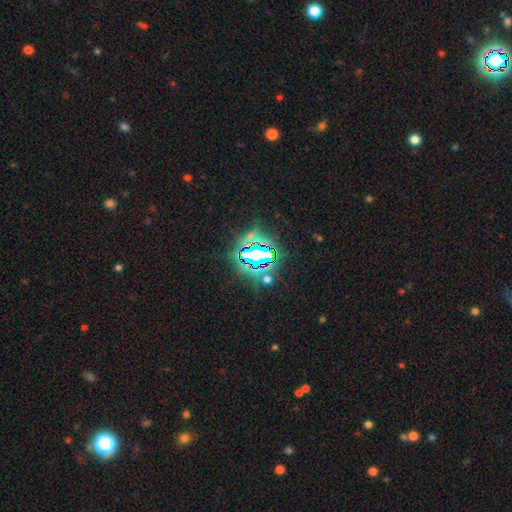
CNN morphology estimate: Q: Smooth or featured?
A: star or artifact (79%); runner-up: smooth (10%)